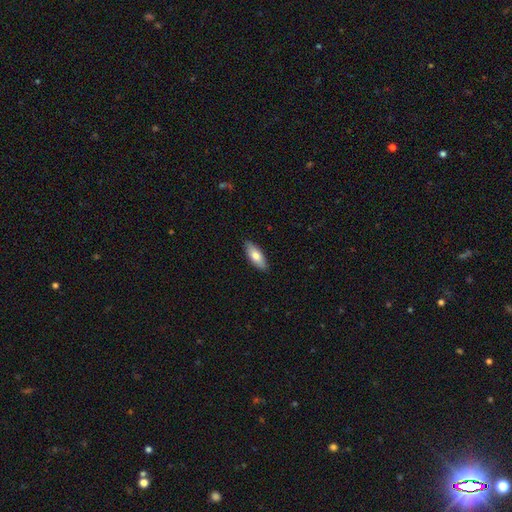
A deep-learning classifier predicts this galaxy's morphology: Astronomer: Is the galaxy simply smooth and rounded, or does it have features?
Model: smooth — 75%.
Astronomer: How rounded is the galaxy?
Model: in between — 72%.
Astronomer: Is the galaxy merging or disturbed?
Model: none — 88%.